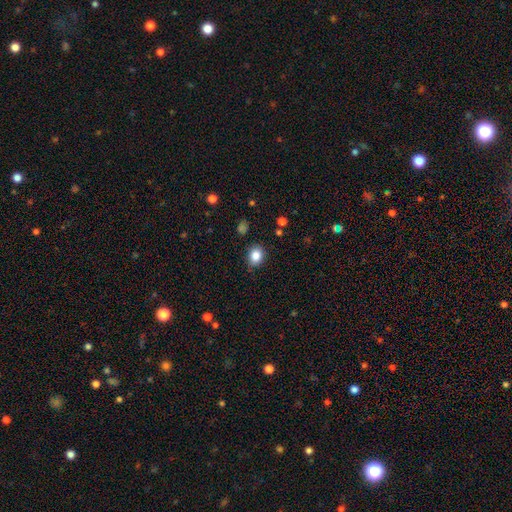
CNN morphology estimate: A smooth galaxy with no disk features (85%) that is in between round and cigar-shaped (50%). Merging: none (83%).